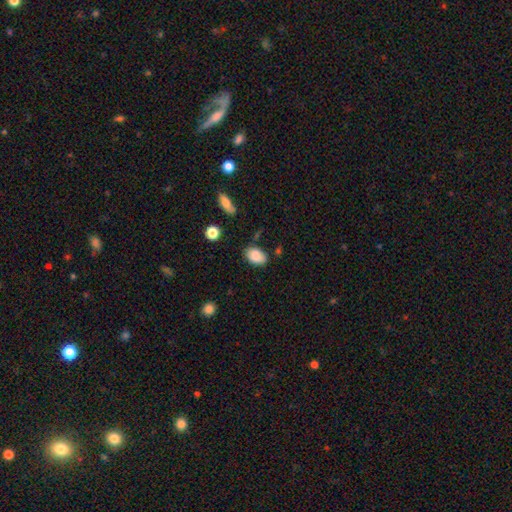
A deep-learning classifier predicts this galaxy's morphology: Smooth or featured? Predicted: smooth (p=0.86). How rounded? Predicted: in between (p=0.89). Merging? Predicted: none (p=0.77).